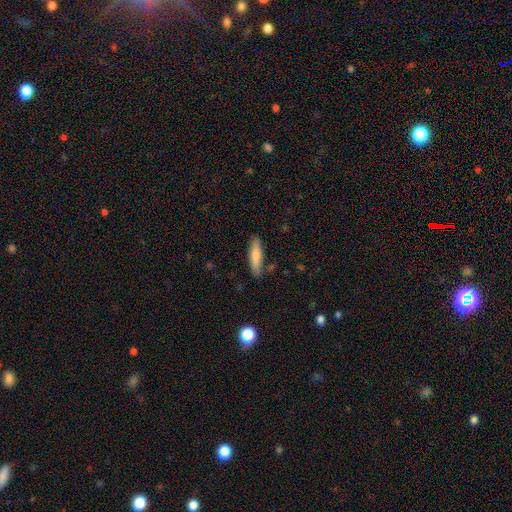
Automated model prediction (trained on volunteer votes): Smooth or featured? smooth (74%)
How rounded? cigar-shaped (76%)
Merging? none (83%)